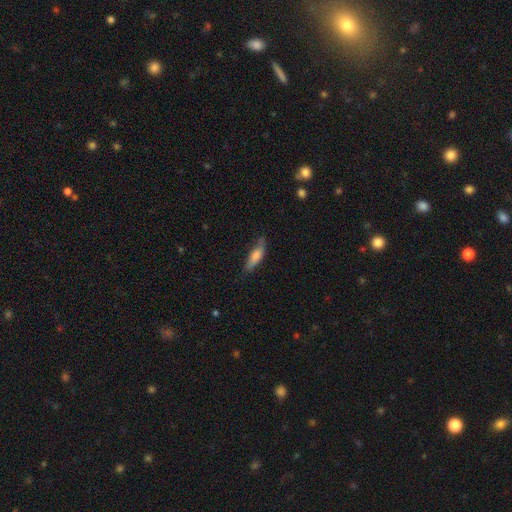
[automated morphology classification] smooth-or-featured: smooth: 63% | featured or disk: 30% | star or artifact: 7%
  how-rounded: cigar-shaped: 67% | in between: 31% | round: 2%
  merging: none: 69% | minor disturbance: 24% | major disturbance: 5% | merger: 2%